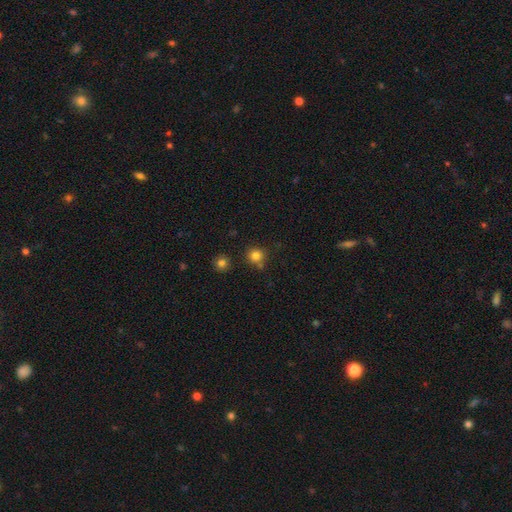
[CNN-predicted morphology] smooth_or_featured: smooth (p=0.81) [alt: star or artifact p=0.13]
how_rounded: round (p=0.90) [alt: in between p=0.09]
merging: none (p=0.75) [alt: minor disturbance p=0.12]